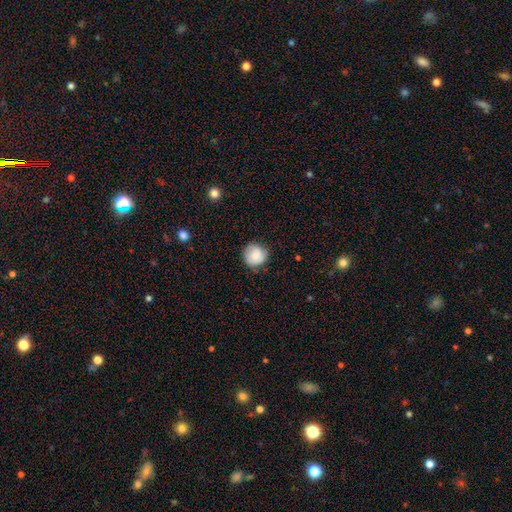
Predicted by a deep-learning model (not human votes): Morphology: type=smooth (78%); roundness=round (92%); merging=none (76%).